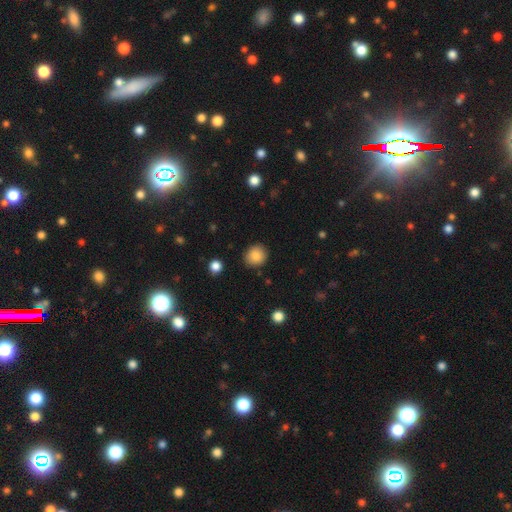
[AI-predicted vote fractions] A smooth galaxy with no disk features (86%) that is round (85%). Merging: none (88%).